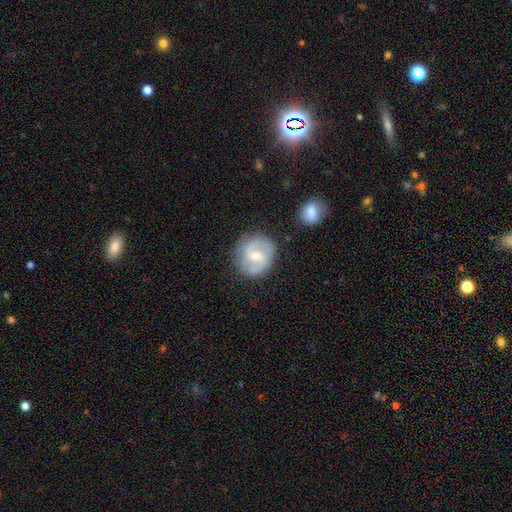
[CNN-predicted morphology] A featured or disk galaxy (82%) with a weak bar (51%), 2 (90%) medium (56%) spiral arms (95%) and a moderate central bulge (48%, tied with small). Merging: none (80%).